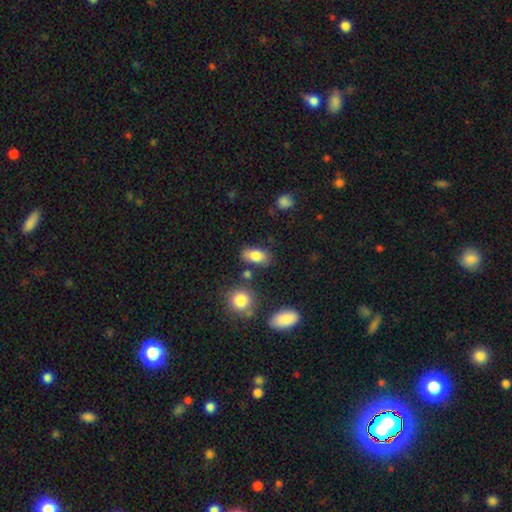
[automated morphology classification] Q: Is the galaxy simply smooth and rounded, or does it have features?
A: smooth — 82%.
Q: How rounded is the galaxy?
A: in between — 88%.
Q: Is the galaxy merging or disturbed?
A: none — 75%.